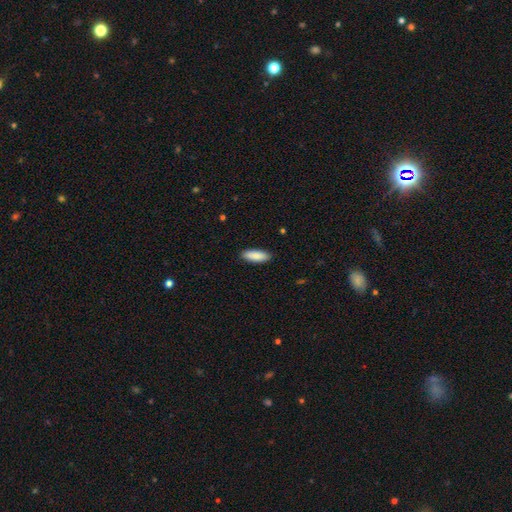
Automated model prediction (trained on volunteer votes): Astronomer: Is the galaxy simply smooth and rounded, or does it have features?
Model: smooth — 90%.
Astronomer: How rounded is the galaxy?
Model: in between — 66%.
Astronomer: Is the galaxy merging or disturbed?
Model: none — 89%.